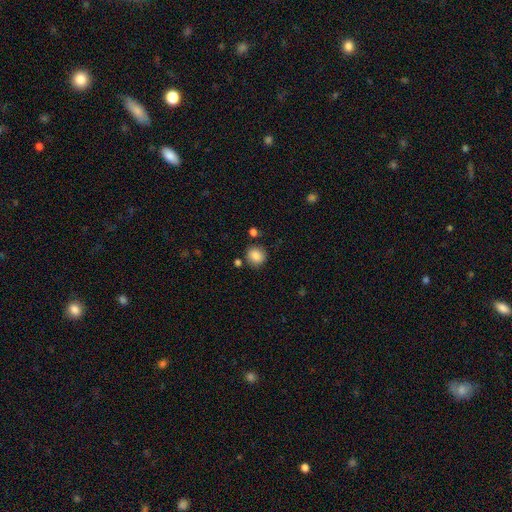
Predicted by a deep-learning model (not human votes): A smooth galaxy with no disk features (86%) that is round (83%).

Vote fractions:
- Smooth or featured? smooth: 86% / star or artifact: 9% / featured or disk: 5%
- How rounded? round: 83% / in between: 17% / cigar-shaped: 1%
- Merging? none: 83% / minor disturbance: 9% / merger: 5% / major disturbance: 3%